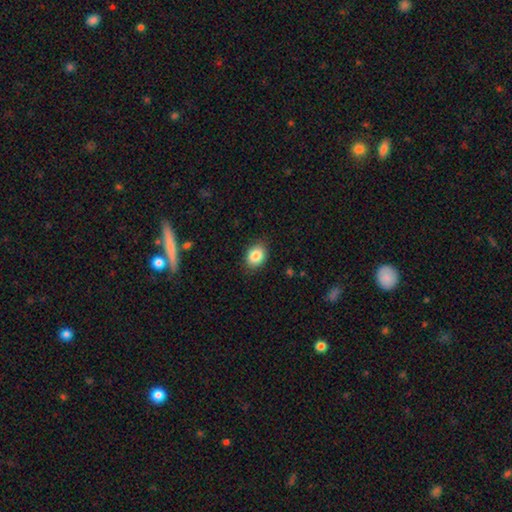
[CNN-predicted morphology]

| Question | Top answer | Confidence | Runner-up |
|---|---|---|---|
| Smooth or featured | smooth | 86% | star or artifact (8%) |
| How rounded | in between | 62% | round (37%) |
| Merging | none | 85% | minor disturbance (11%) |